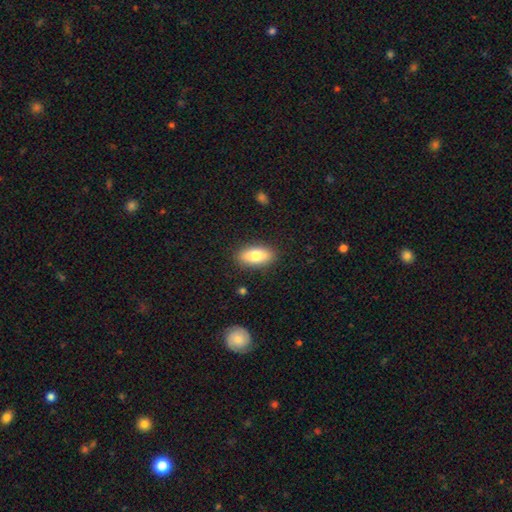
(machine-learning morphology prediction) Smooth or featured? Predicted: smooth (p=0.79). How rounded? Predicted: in between (p=0.86). Merging? Predicted: none (p=0.88).